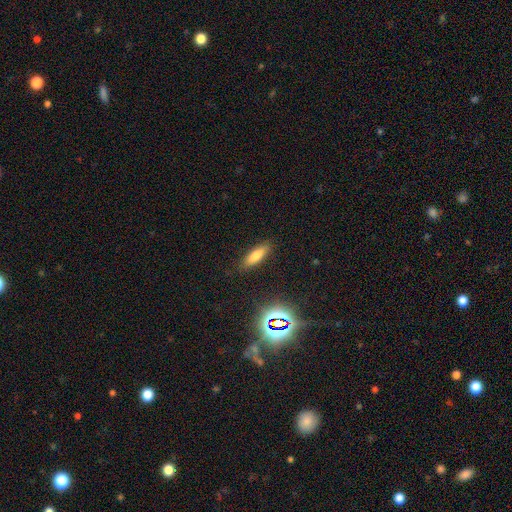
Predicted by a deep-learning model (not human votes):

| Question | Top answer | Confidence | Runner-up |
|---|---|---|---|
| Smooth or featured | smooth | 73% | featured or disk (15%) |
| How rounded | cigar-shaped | 49% | in between (48%) |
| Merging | none | 87% | minor disturbance (9%) |